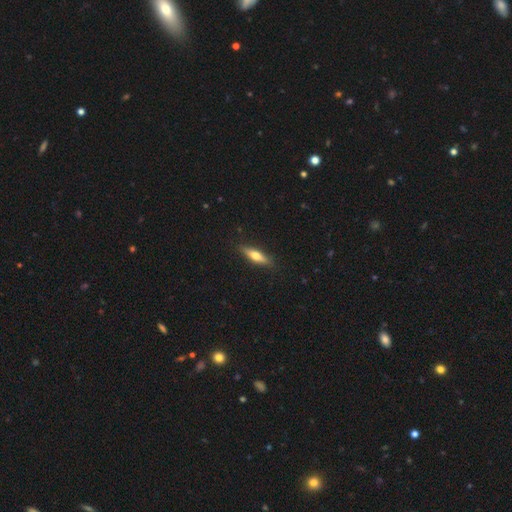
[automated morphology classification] Smooth or featured? smooth (48%)
Merging? none (89%)